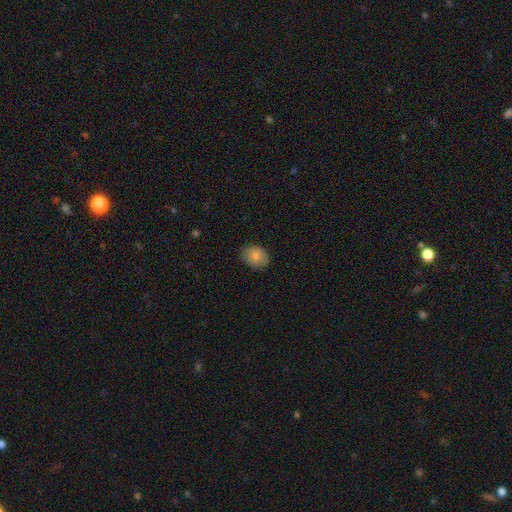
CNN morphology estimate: smooth_or_featured: smooth (p=0.84) [alt: featured or disk p=0.08]
how_rounded: in between (p=0.59) [alt: round p=0.40]
merging: none (p=0.82) [alt: minor disturbance p=0.14]